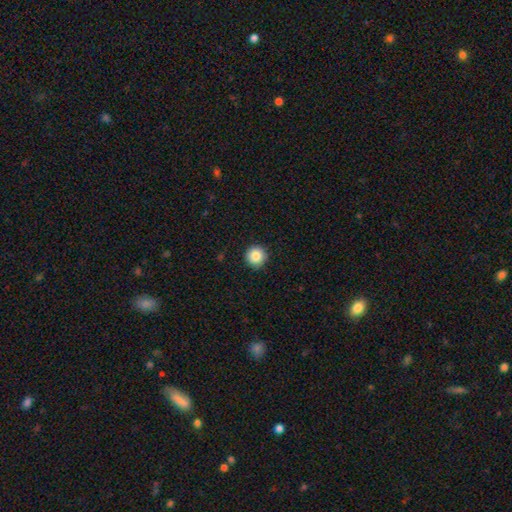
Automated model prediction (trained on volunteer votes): Overall: smooth (86%). How rounded: round (96%). Merging: none (92%).